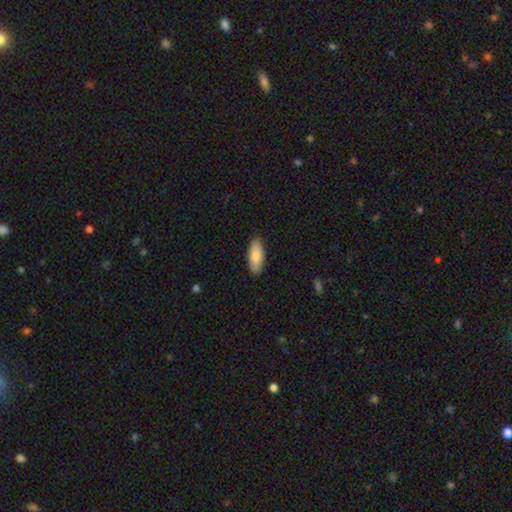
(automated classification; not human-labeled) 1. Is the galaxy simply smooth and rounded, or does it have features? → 83% smooth, 11% featured or disk, 6% star or artifact.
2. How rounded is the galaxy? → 77% in between, 21% cigar-shaped, 2% round.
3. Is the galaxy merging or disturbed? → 89% none, 8% minor disturbance, 2% major disturbance, 1% merger.